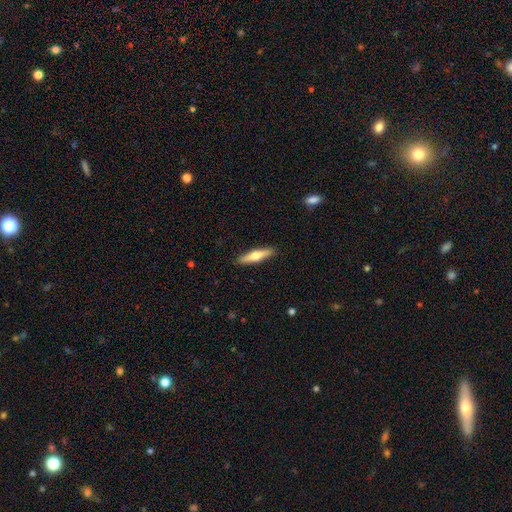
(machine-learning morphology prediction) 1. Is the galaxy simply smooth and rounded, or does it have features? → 53% smooth, 41% featured or disk, 5% star or artifact.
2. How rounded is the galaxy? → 79% cigar-shaped, 19% in between, 2% round.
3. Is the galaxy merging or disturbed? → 90% none, 7% minor disturbance, 2% major disturbance, 1% merger.